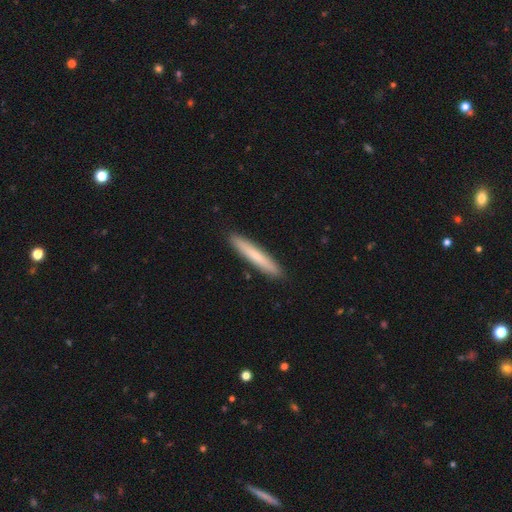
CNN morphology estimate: Smooth or featured? smooth (72%)
How rounded? cigar-shaped (95%)
Merging? none (92%)